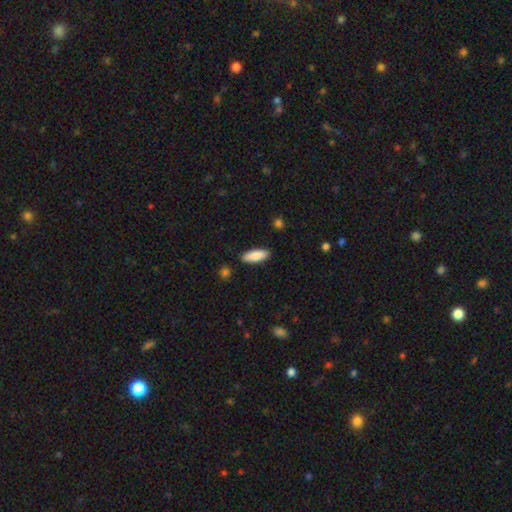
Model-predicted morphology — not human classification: smooth-or-featured: smooth: 85% | featured or disk: 10% | star or artifact: 6%
  how-rounded: in between: 68% | cigar-shaped: 30% | round: 2%
  merging: none: 88% | minor disturbance: 9% | major disturbance: 2% | merger: 2%